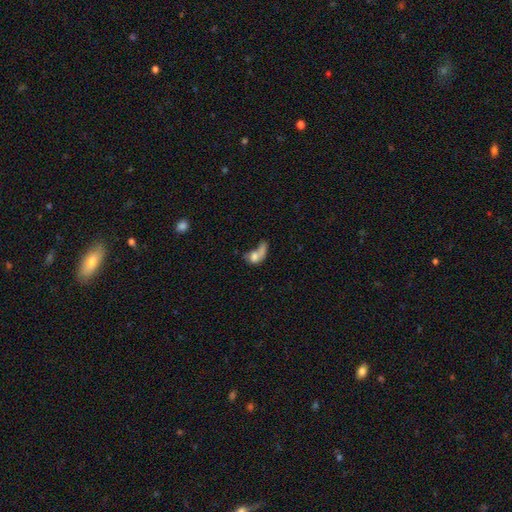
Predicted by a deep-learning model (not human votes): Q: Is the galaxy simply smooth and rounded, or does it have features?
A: smooth — 65%.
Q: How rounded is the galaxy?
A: in between — 69%.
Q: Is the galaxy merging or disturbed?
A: merger — 42%.